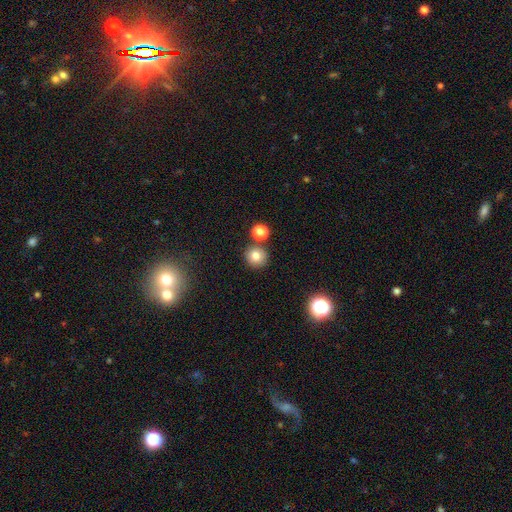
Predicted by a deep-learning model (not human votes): smooth_or_featured: smooth (p=0.79) [alt: star or artifact p=0.13]
how_rounded: round (p=0.93) [alt: in between p=0.06]
merging: none (p=0.79) [alt: merger p=0.11]